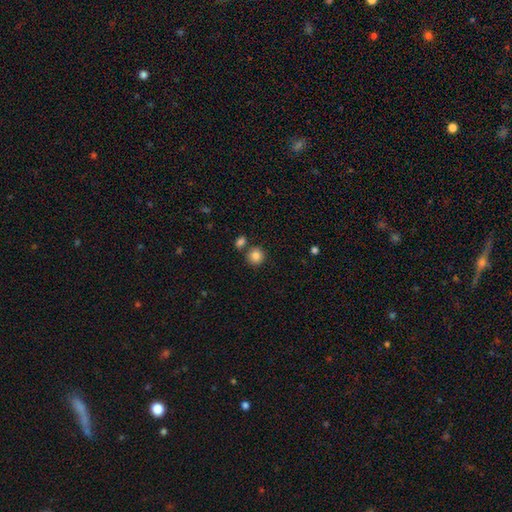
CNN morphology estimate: Overall: smooth (85%). How rounded: round (91%). Merging: none (76%).